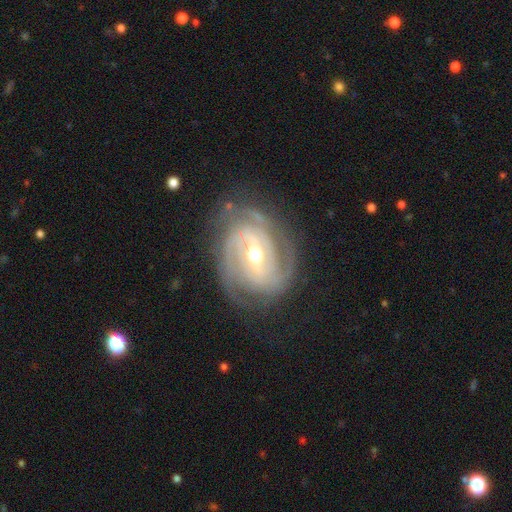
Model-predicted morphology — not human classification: type=featured or disk (90%); edge-on=no (97%); bar=weak (44%); spiral arms=yes (97%); winding=tight (68%); arm count=3 (34%); bulge=moderate (55%); merging=none (76%).